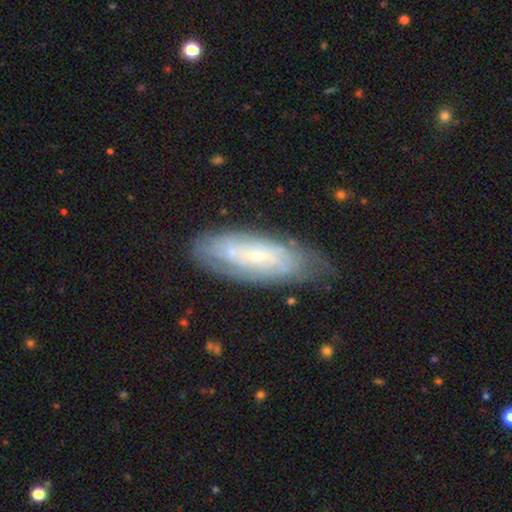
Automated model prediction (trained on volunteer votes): Q: Smooth or featured?
A: featured or disk (64%); runner-up: smooth (29%)
Q: Edge-on disk?
A: no (82%); runner-up: yes (18%)
Q: Bar?
A: no (60%); runner-up: weak (31%)
Q: Spiral arms?
A: yes (73%); runner-up: no (27%)
Q: Bulge size?
A: small (74%); runner-up: moderate (20%)
Q: Merging?
A: none (69%); runner-up: minor disturbance (22%)